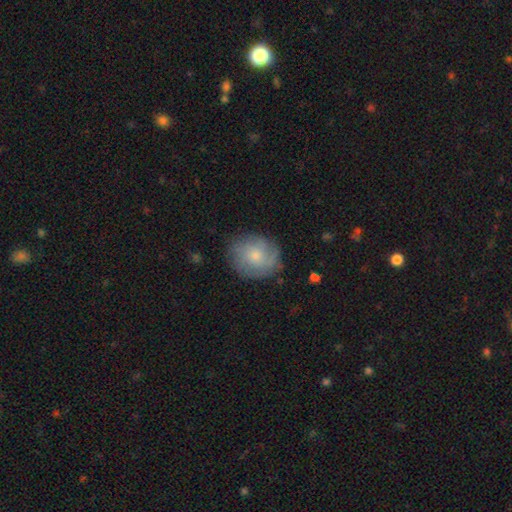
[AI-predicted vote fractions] The model was most divided on "smooth or featured": smooth: 52%, featured or disk: 40%, star or artifact: 8%. More confident: merging — none (76%); how rounded — round (67%).